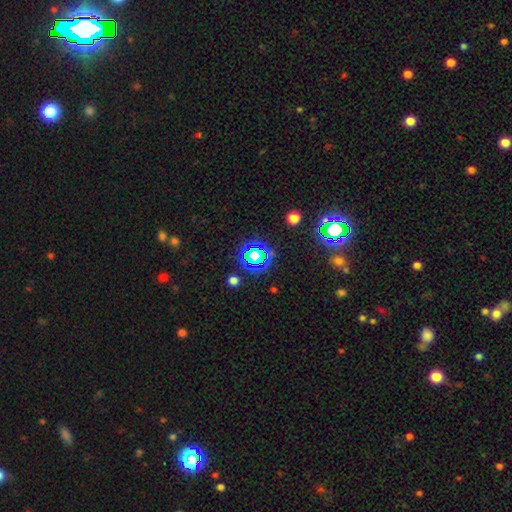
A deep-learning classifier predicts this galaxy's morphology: Smooth or featured? star or artifact (68%)